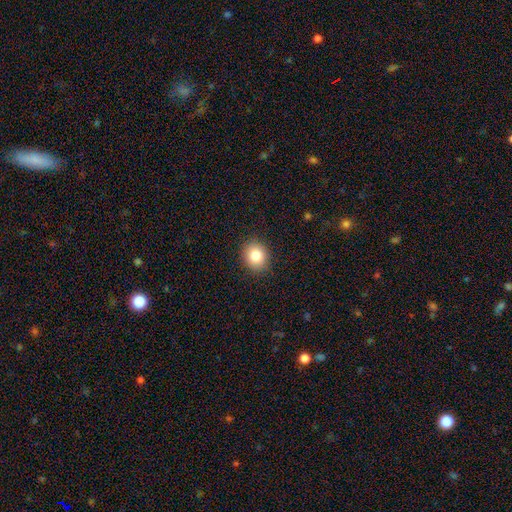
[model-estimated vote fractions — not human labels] Smooth or featured: smooth — 82% (star or artifact — 10%)
How rounded: round — 74% (in between — 25%)
Merging: none — 90% (minor disturbance — 7%)